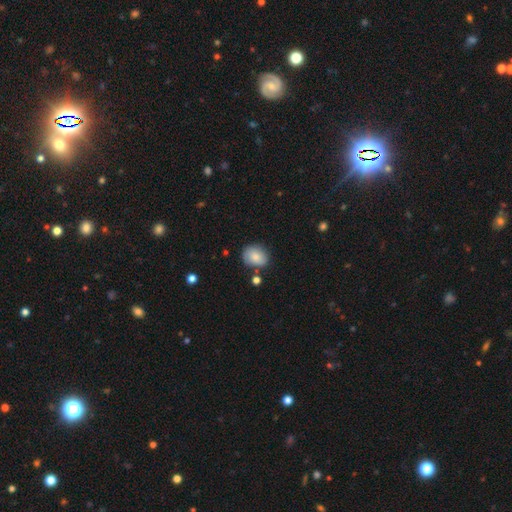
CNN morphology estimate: The model was most divided on "how rounded": round: 56%, in between: 43%, cigar-shaped: 1%. More confident: smooth or featured — smooth (76%); merging — none (74%).